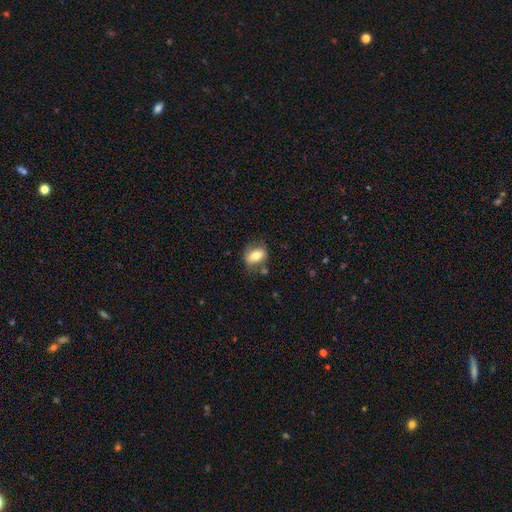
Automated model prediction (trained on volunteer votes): Q: Smooth or featured?
A: smooth (73%); runner-up: featured or disk (20%)
Q: How rounded?
A: in between (77%); runner-up: round (19%)
Q: Merging?
A: none (66%); runner-up: minor disturbance (20%)